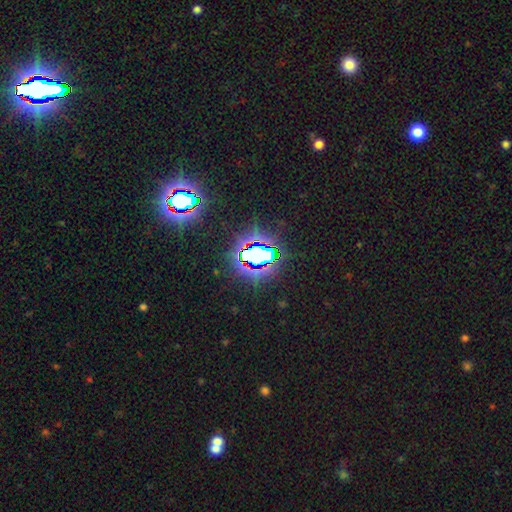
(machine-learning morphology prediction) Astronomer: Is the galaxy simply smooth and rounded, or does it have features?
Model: star or artifact — 76%.